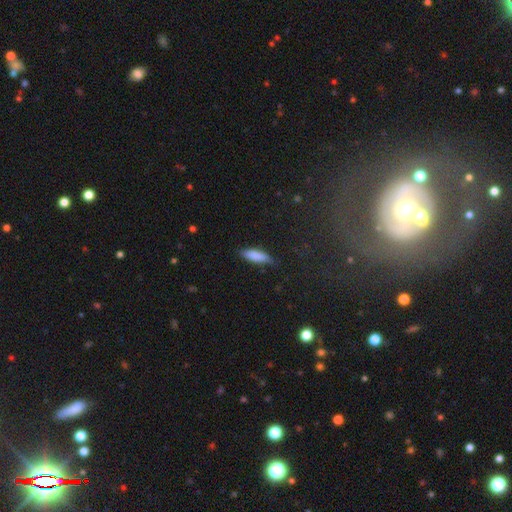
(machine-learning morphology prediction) This is clearly a smooth galaxy (84%). How rounded: possibly cigar-shaped (55%). Merging: likely none (77%).